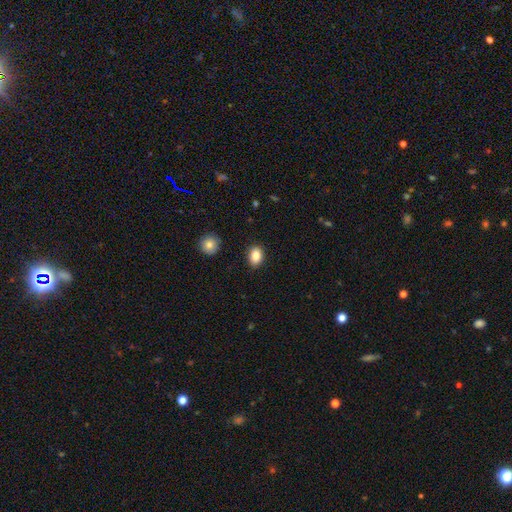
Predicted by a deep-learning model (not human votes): Smooth or featured: smooth — 86% (star or artifact — 9%)
How rounded: in between — 74% (round — 25%)
Merging: none — 89% (minor disturbance — 8%)